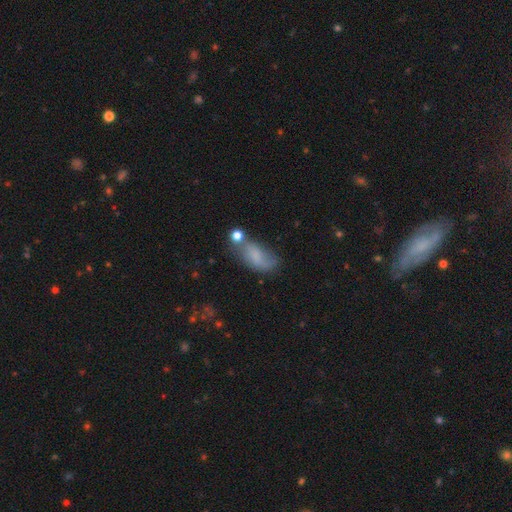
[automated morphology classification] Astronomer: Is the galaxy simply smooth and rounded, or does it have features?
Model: smooth — 55% (runner-up: featured or disk, 33%).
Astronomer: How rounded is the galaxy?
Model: in between — 85%.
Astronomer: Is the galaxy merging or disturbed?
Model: none — 40% (runner-up: minor disturbance, 27%).